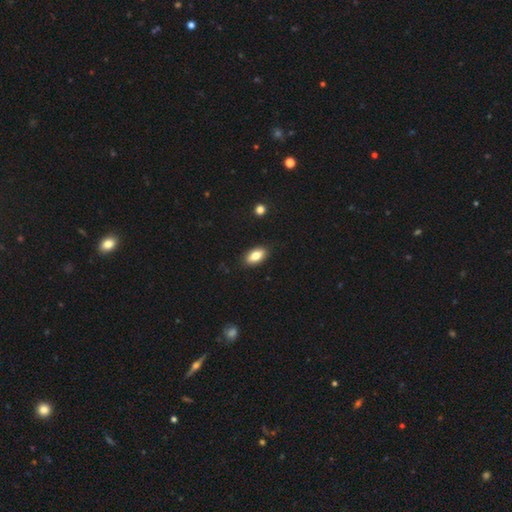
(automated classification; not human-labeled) smooth-or-featured: smooth: 80% | featured or disk: 12% | star or artifact: 7%
  how-rounded: in between: 90% | cigar-shaped: 6% | round: 4%
  merging: none: 88% | minor disturbance: 9% | major disturbance: 2% | merger: 1%